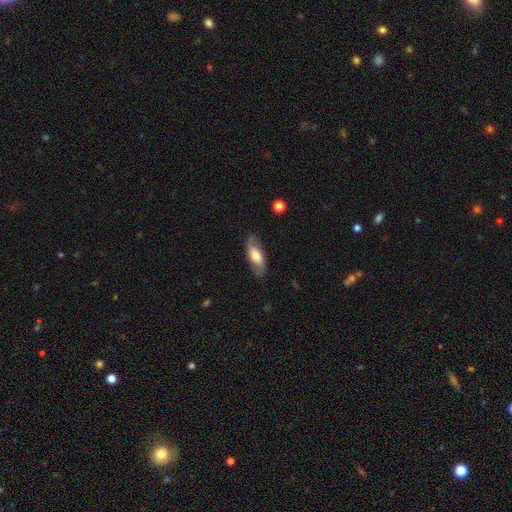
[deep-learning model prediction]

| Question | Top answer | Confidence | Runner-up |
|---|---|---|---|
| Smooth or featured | smooth | 50% | featured or disk (43%) |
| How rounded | in between | 78% | cigar-shaped (18%) |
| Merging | none | 78% | minor disturbance (16%) |